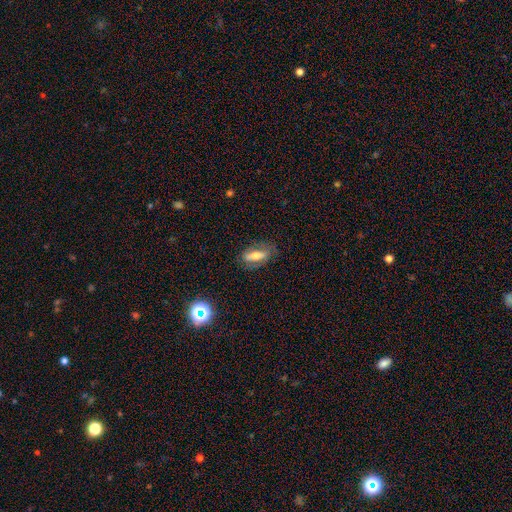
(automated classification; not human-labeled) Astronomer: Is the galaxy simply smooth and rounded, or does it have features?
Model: smooth — 53% (runner-up: featured or disk, 36%).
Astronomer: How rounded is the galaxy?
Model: in between — 67%.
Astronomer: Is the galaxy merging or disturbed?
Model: none — 73%.